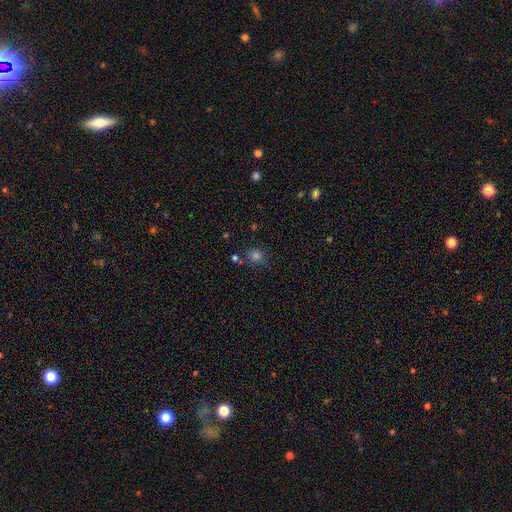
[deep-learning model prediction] A smooth galaxy with no disk features (73%) that is round (81%).

Vote fractions:
- Smooth or featured? smooth: 73% / star or artifact: 20% / featured or disk: 7%
- How rounded? round: 81% / in between: 18% / cigar-shaped: 1%
- Merging? none: 74% / minor disturbance: 12% / merger: 10% / major disturbance: 4%